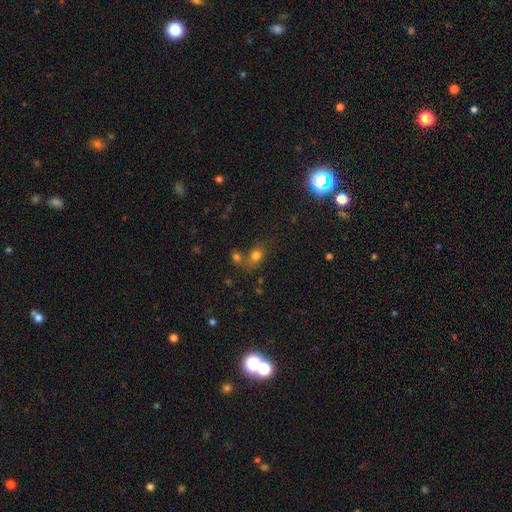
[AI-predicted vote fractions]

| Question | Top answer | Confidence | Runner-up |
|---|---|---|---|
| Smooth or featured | smooth | 77% | star or artifact (15%) |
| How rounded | in between | 57% | round (41%) |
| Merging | none | 52% | merger (29%) |